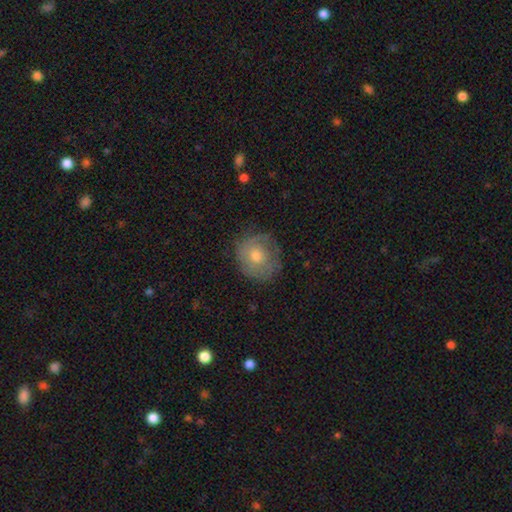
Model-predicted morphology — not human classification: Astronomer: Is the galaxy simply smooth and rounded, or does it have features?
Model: smooth — 54% (runner-up: featured or disk, 36%).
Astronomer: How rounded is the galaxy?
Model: round — 82%.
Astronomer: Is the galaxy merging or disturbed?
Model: none — 75%.